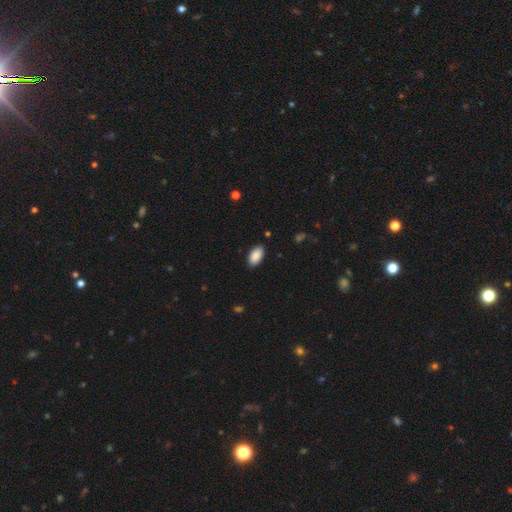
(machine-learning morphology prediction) This appears to be a smooth galaxy with no disk features (90%) that is in between round and cigar-shaped (95%). Merging: none (88%).